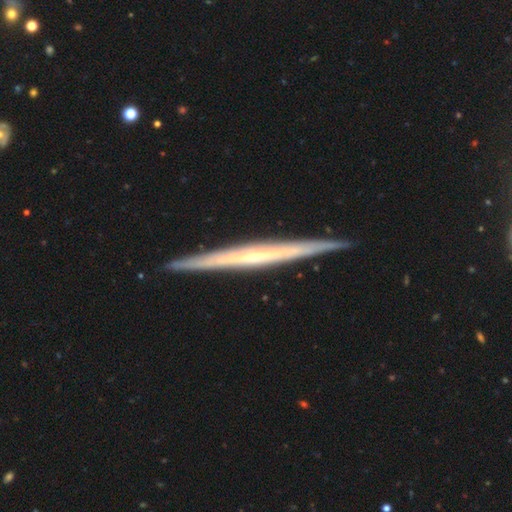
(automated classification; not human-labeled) The model was most divided on "edge-on bulge": none: 59%, rounded: 36%, boxy: 5%. More confident: edge-on disk — yes (97%); merging — none (90%); smooth or featured — featured or disk (78%).